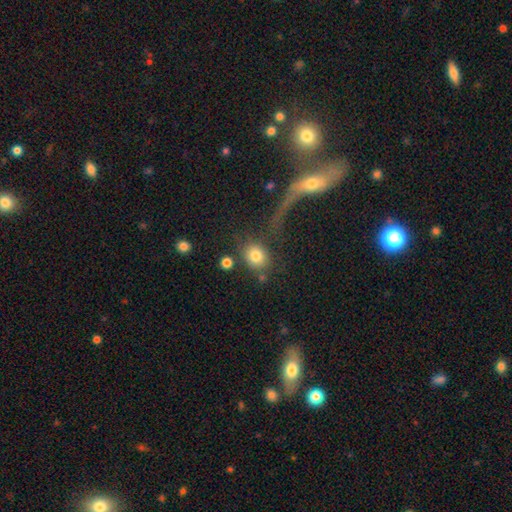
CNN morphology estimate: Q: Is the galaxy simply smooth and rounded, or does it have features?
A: smooth — 80%.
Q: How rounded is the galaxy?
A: round — 70%.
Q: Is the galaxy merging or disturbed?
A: none — 67%.